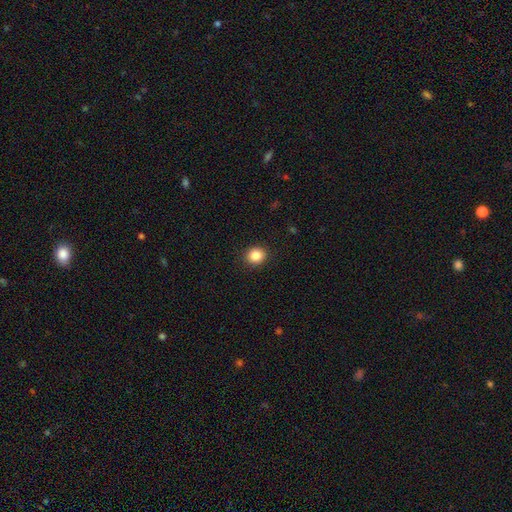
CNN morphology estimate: This is clearly a smooth galaxy (85%). How rounded: likely round (78%). Merging: clearly none (91%).